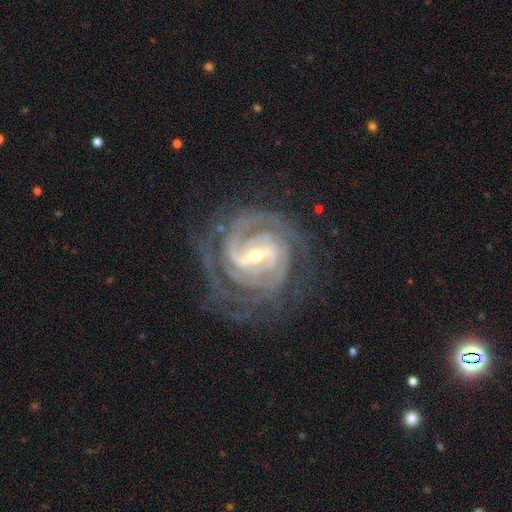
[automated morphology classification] This appears to be a featured or disk galaxy (93%) with a strong bar (63%), 2 (28%) tight (70%) spiral arms (98%) and a small central bulge (56%). Merging: none (73%).